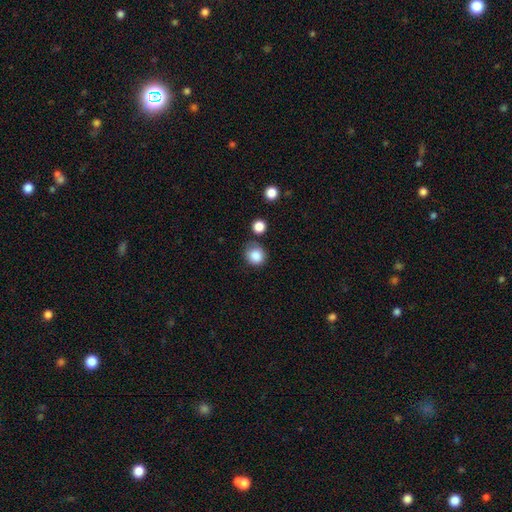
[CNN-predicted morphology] This is clearly a smooth galaxy (86%). How rounded: clearly round (84%). Merging: likely none (72%).